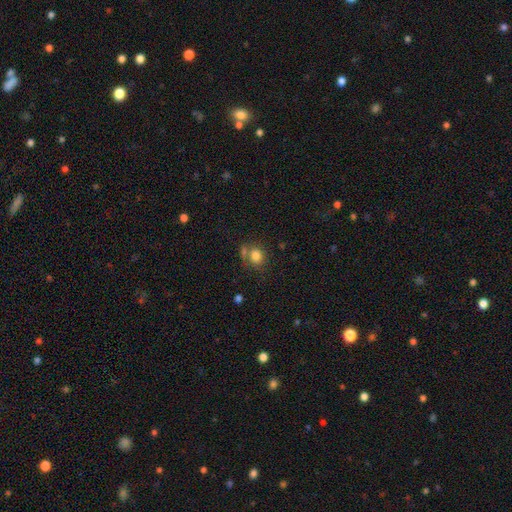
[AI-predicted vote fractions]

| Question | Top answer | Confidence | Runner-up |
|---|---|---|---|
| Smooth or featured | smooth | 81% | star or artifact (11%) |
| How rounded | round | 71% | in between (28%) |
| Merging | none | 58% | merger (20%) |